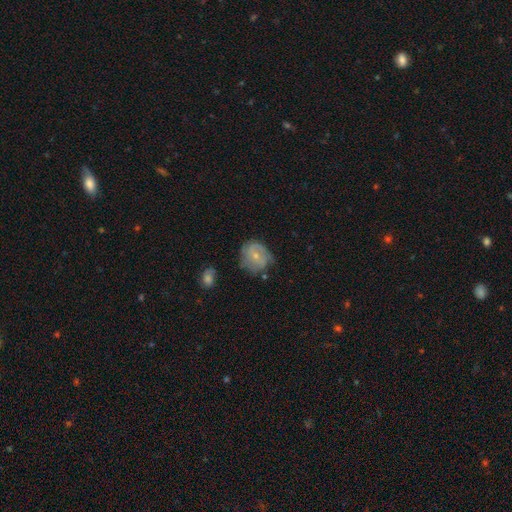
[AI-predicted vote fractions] Smooth or featured?
  - featured or disk: 52% *
  - smooth: 41%
  - star or artifact: 7%
Edge-on disk?
  - no: 97% *
  - yes: 3%
Bar?
  - no: 77% *
  - weak: 20%
  - strong: 3%
Spiral arms?
  - yes: 71% *
  - no: 29%
Bulge size?
  - small: 64% *
  - moderate: 32%
  - none: 2%
  - large: 1%
  - dominant: 1%
Merging?
  - none: 56% *
  - minor disturbance: 30%
  - major disturbance: 11%
  - merger: 3%